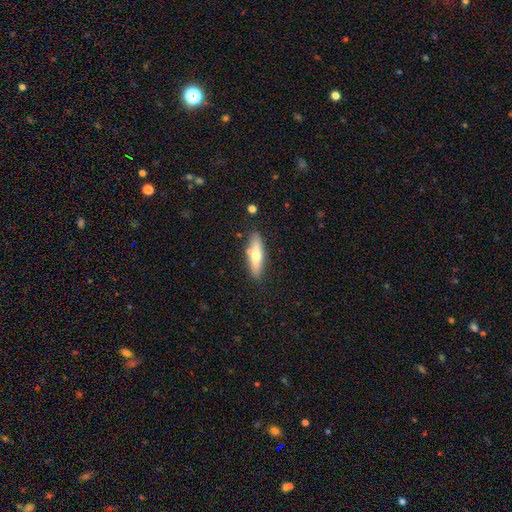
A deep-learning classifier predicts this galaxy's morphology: Overall: smooth (55%; featured or disk 39%). How rounded: cigar-shaped (65%; in between 33%). Merging: none (79%).